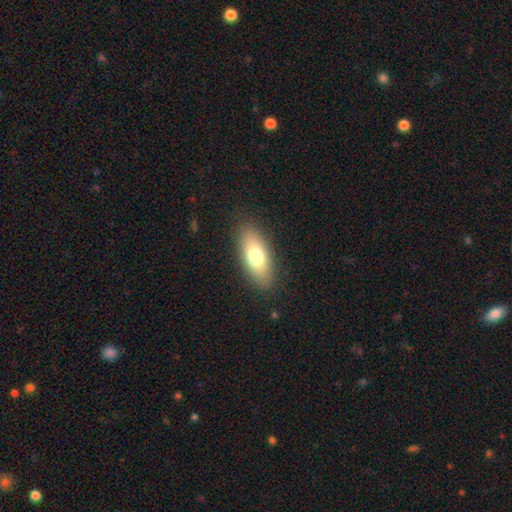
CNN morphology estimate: Smooth or featured? Predicted: smooth (p=0.73). How rounded? Predicted: in between (p=0.83). Merging? Predicted: none (p=0.87).